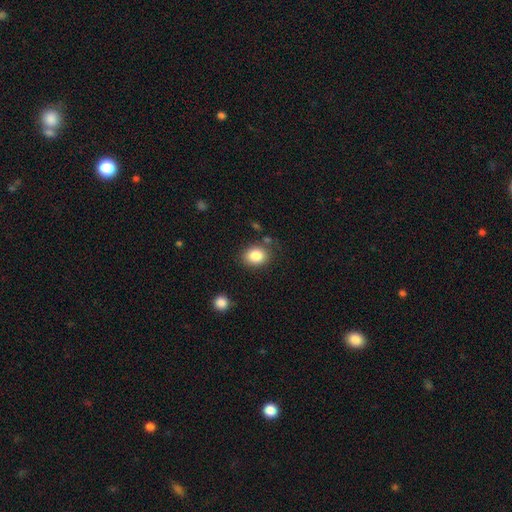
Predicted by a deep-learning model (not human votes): Smooth or featured?
  - smooth: 85% *
  - star or artifact: 9%
  - featured or disk: 7%
How rounded?
  - round: 51% *
  - in between: 48%
  - cigar-shaped: 1%
Merging?
  - none: 78% *
  - minor disturbance: 13%
  - merger: 5%
  - major disturbance: 4%